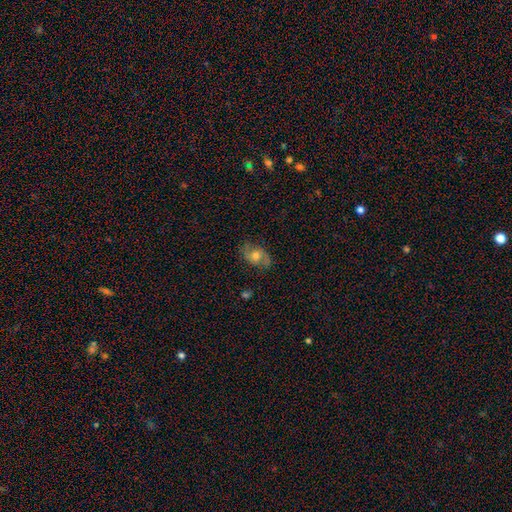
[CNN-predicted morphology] A featured or disk galaxy (67%) with no bar (68%), 2 (88%) medium (46%) spiral arms (89%) and a moderate central bulge (65%). Merging: none (77%).